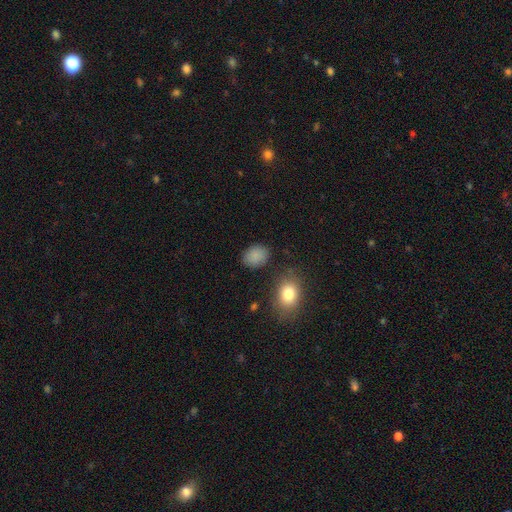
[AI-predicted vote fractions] The model was most divided on "how rounded": in between: 63%, round: 36%, cigar-shaped: 1%. More confident: smooth or featured — smooth (86%); merging — none (83%).